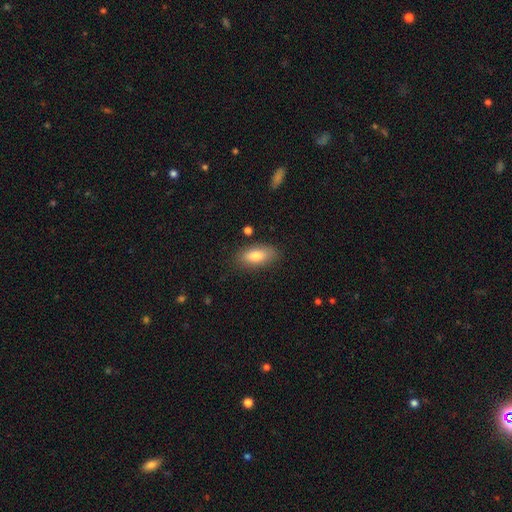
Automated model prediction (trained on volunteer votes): Smooth or featured? smooth (81%)
How rounded? in between (83%)
Merging? none (82%)